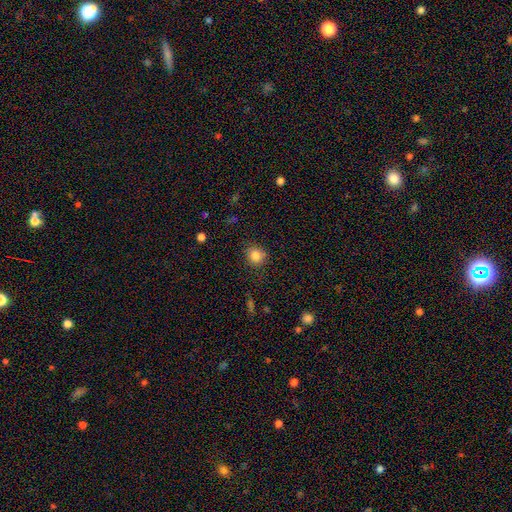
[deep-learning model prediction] Smooth or featured? Predicted: smooth (p=0.84). How rounded? Predicted: round (p=0.81). Merging? Predicted: none (p=0.85).